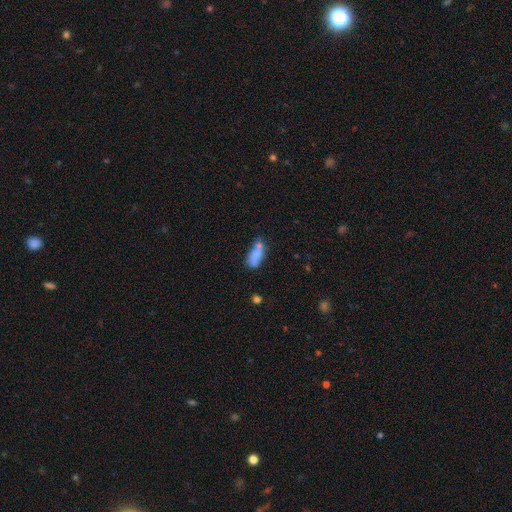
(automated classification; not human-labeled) Smooth or featured?
  - smooth: 65% *
  - featured or disk: 25%
  - star or artifact: 9%
How rounded?
  - in between: 74% *
  - cigar-shaped: 22%
  - round: 4%
Merging?
  - none: 37% *
  - merger: 28%
  - minor disturbance: 22%
  - major disturbance: 12%